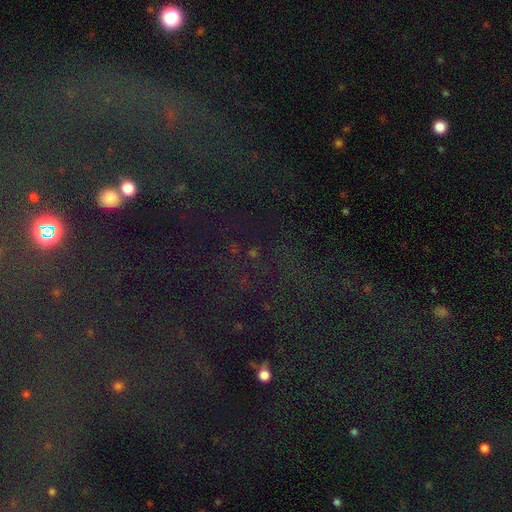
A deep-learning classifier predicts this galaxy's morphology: Overall: star or artifact (73%).